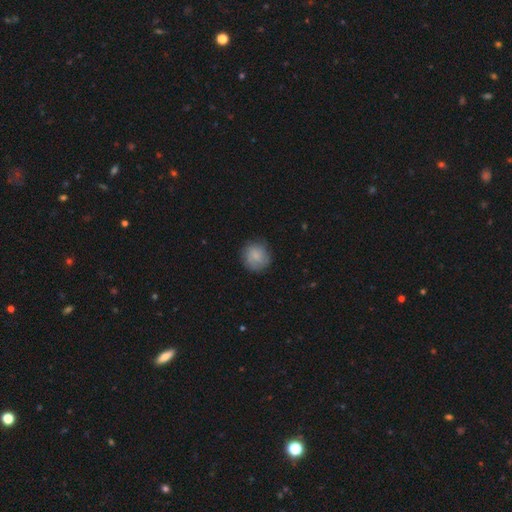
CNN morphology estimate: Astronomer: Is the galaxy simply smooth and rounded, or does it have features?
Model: smooth — 78%.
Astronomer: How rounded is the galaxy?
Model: round — 90%.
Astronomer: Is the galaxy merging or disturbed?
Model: none — 81%.